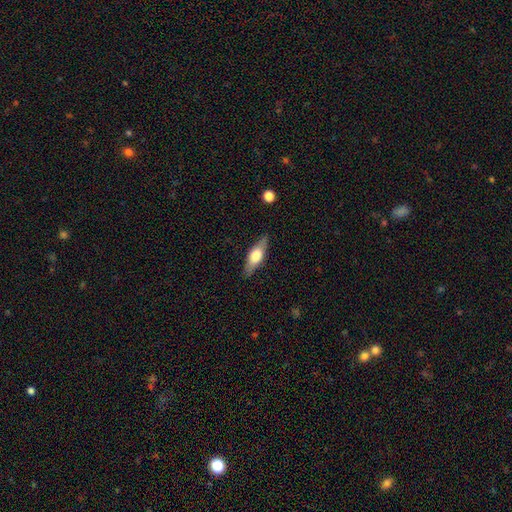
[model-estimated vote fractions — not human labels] featured or disk 47% (tied), smooth 47% (tied), star or artifact 6%. Down the decision tree: merging — none (86%).